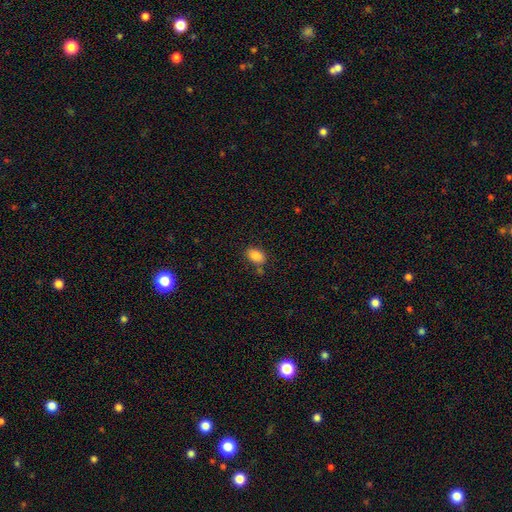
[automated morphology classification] Q: Smooth or featured?
A: smooth (87%); runner-up: star or artifact (9%)
Q: How rounded?
A: in between (86%); runner-up: round (13%)
Q: Merging?
A: none (72%); runner-up: minor disturbance (15%)